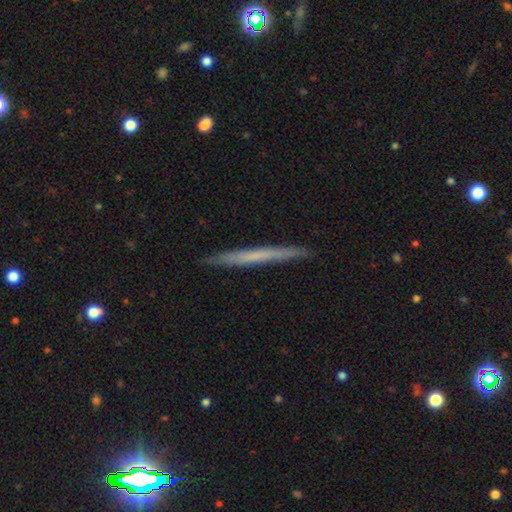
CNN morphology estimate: type=smooth (52%); roundness=cigar-shaped (97%); merging=none (91%).